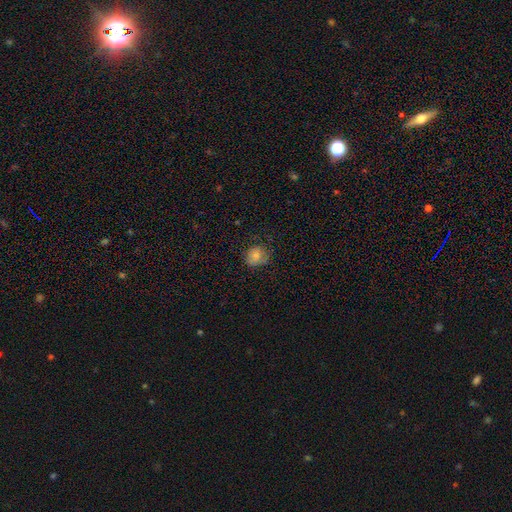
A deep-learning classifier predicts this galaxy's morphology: smooth 78%, featured or disk 12%, star or artifact 10%. Down the decision tree: how rounded — round (72%); merging — none (67%).